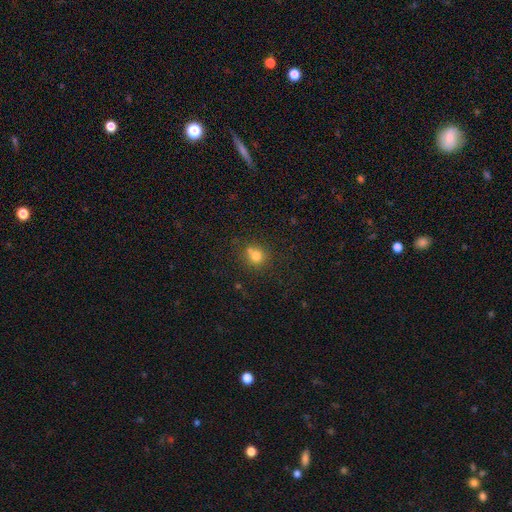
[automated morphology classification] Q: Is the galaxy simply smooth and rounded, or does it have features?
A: smooth — 76%.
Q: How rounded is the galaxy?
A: round — 83%.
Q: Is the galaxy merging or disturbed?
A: none — 59%.